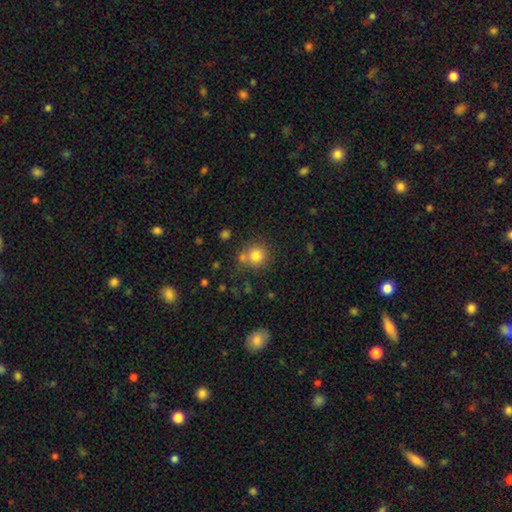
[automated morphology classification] Smooth or featured: smooth — 80% (star or artifact — 12%)
How rounded: round — 90% (in between — 9%)
Merging: none — 65% (merger — 19%)